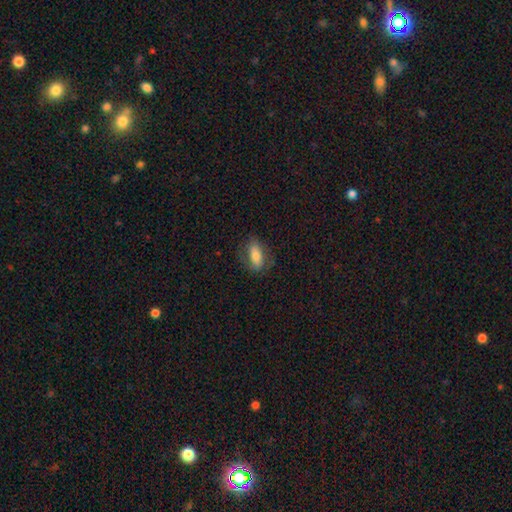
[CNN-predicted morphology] Smooth or featured? Predicted: smooth (p=0.68). How rounded? Predicted: in between (p=0.77). Merging? Predicted: none (p=0.72).